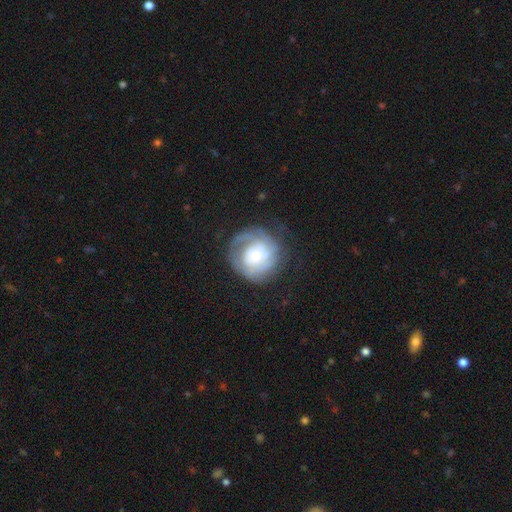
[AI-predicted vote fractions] smooth_or_featured: featured or disk (p=0.68) [alt: smooth p=0.24]
disk_edge_on: no (p=0.97) [alt: yes p=0.03]
bar: no (p=0.78) [alt: weak p=0.18]
has_spiral_arms: yes (p=0.82) [alt: no p=0.18]
spiral_winding: tight (p=0.65) [alt: medium p=0.25]
spiral_arm_count: can't tell (p=0.45) [alt: 2 p=0.25]
bulge_size: small (p=0.57) [alt: moderate p=0.32]
merging: none (p=0.64) [alt: minor disturbance p=0.19]